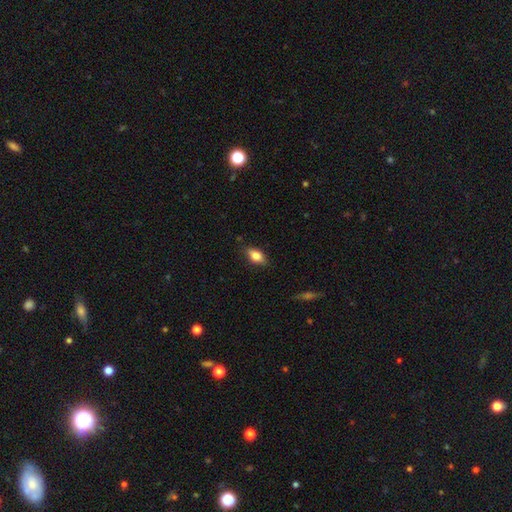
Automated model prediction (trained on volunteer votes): A smooth galaxy with no disk features (75%) that is in between round and cigar-shaped (85%).

Vote fractions:
- Smooth or featured? smooth: 75% / featured or disk: 17% / star or artifact: 8%
- How rounded? in between: 85% / cigar-shaped: 10% / round: 5%
- Merging? none: 83% / minor disturbance: 13% / major disturbance: 3% / merger: 1%